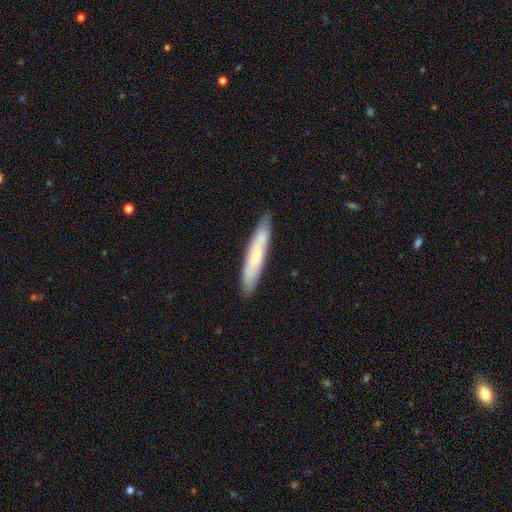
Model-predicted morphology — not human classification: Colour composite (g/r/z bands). It shows a smooth galaxy with no disk features (62%) that is cigar-shaped (91%). Merging: none (82%).